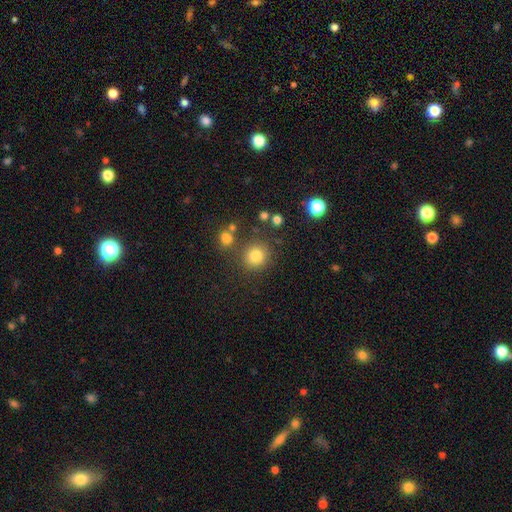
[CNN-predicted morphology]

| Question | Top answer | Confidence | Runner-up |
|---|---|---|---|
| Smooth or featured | smooth | 82% | star or artifact (12%) |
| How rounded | round | 87% | in between (12%) |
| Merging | none | 77% | minor disturbance (10%) |